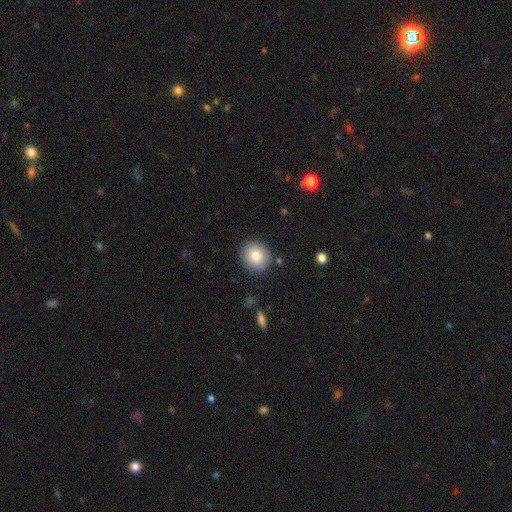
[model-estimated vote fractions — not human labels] smooth 81%, featured or disk 10%, star or artifact 9%. Down the decision tree: how rounded — round (83%); merging — none (87%).